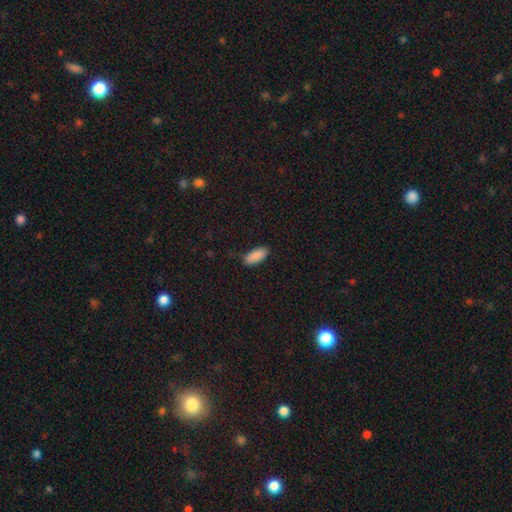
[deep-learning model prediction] Smooth or featured?
  - smooth: 90% *
  - star or artifact: 7%
  - featured or disk: 3%
How rounded?
  - in between: 87% *
  - cigar-shaped: 11%
  - round: 2%
Merging?
  - none: 82% *
  - minor disturbance: 14%
  - major disturbance: 3%
  - merger: 1%